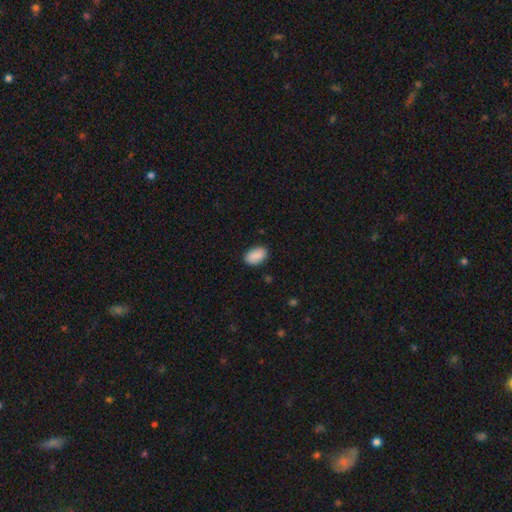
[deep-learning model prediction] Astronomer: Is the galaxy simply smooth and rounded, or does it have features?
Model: smooth — 90%.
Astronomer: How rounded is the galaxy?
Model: in between — 92%.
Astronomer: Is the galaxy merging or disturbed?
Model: none — 86%.